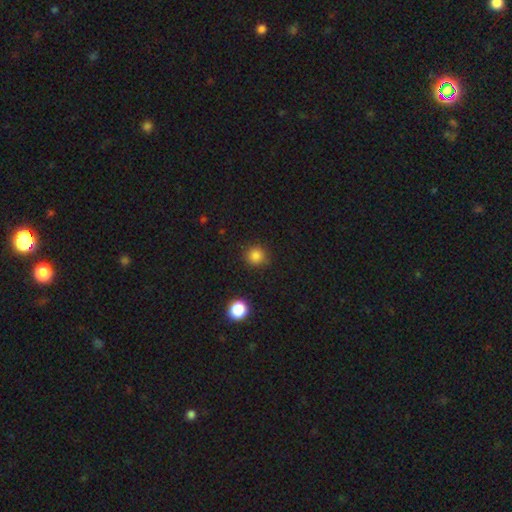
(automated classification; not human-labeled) smooth 84%, star or artifact 13%, featured or disk 3%. Down the decision tree: how rounded — round (93%); merging — none (88%).